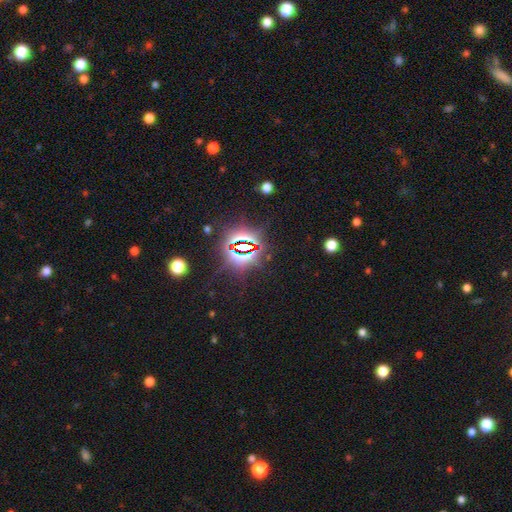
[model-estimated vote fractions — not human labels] Smooth or featured?
  - star or artifact: 83% *
  - smooth: 10%
  - featured or disk: 7%